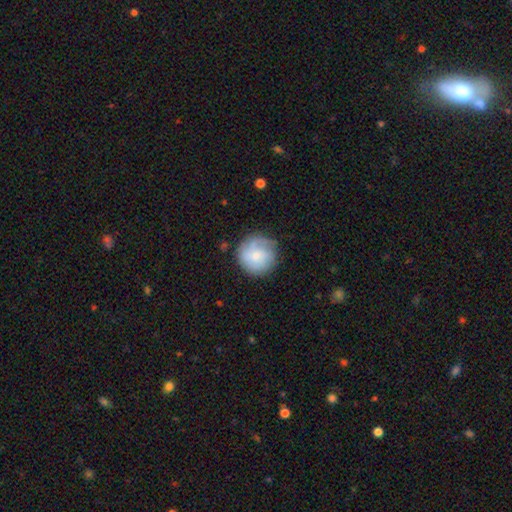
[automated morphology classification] Smooth or featured? Predicted: smooth (p=0.56). How rounded? Predicted: round (p=0.93). Merging? Predicted: none (p=0.70).